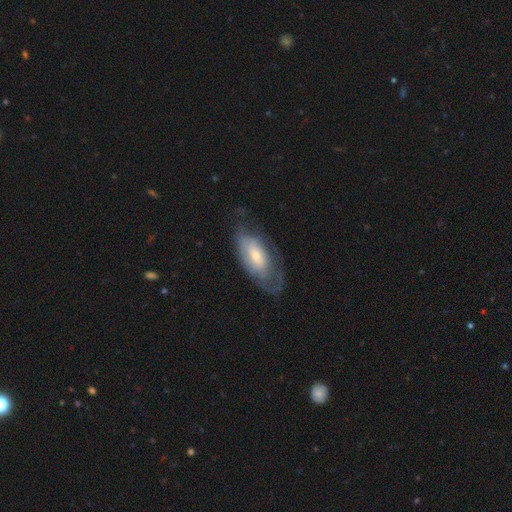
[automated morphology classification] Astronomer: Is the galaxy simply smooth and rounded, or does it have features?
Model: featured or disk — 56% (runner-up: smooth, 38%).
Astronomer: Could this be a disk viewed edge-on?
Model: no — 90%.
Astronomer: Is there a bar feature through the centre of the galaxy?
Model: no — 57% (runner-up: weak, 34%).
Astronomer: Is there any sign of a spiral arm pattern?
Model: yes — 69%.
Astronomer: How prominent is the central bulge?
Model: moderate — 46% (runner-up: small, 37%).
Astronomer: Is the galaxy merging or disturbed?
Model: none — 46% (runner-up: minor disturbance, 27%).